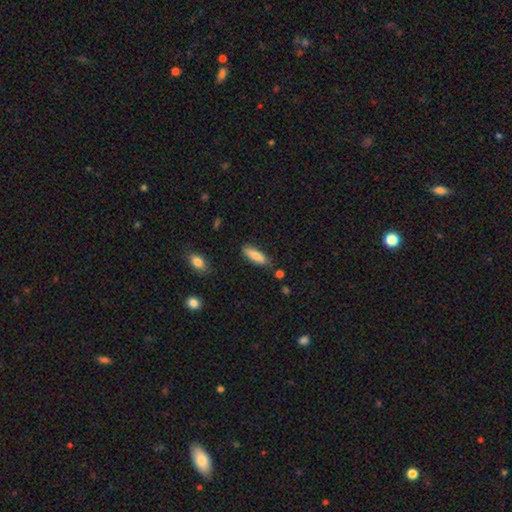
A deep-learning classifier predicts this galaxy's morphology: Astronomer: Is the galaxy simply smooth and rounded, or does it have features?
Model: smooth — 81%.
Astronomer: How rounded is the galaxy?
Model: cigar-shaped — 55% (runner-up: in between, 43%).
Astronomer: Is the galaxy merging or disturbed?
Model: none — 79%.